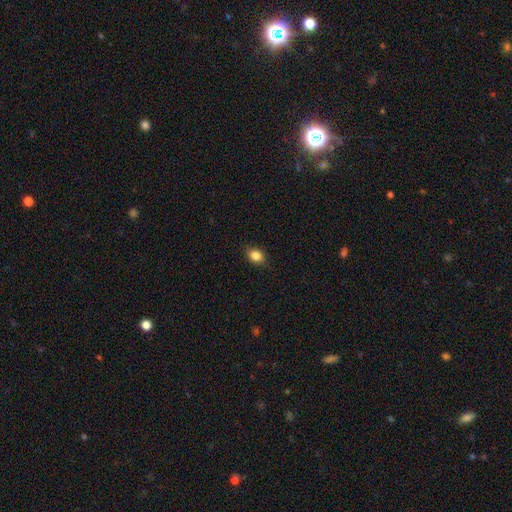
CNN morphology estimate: type=smooth (85%); roundness=in between (71%); merging=none (85%).